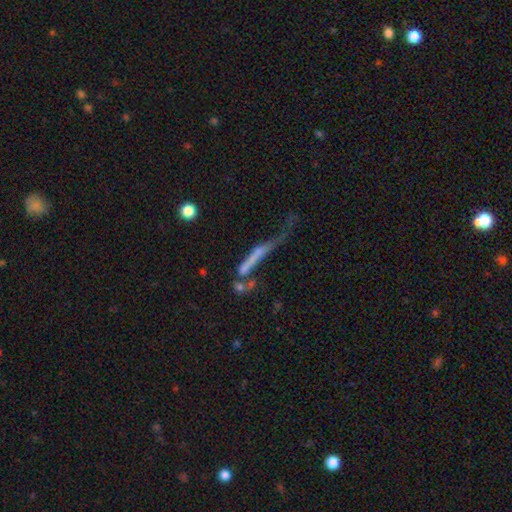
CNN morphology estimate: smooth-or-featured: featured or disk: 45% | smooth: 42% | star or artifact: 13%
  merging: major disturbance: 31% | merger: 28% | none: 25% | minor disturbance: 16%